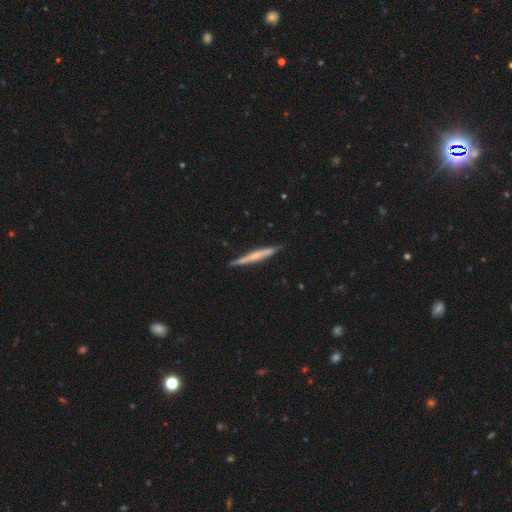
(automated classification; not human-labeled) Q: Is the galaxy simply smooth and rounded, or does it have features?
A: featured or disk — 55%.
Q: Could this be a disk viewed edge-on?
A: yes — 97%.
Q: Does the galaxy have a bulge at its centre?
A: none — 49%.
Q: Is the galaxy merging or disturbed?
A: none — 87%.